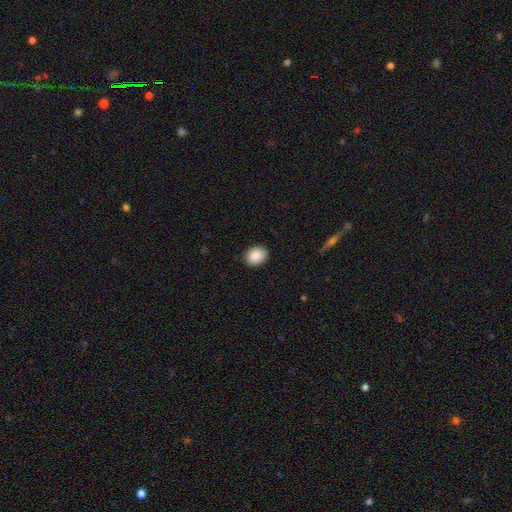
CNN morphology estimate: Overall: smooth (89%). How rounded: in between (56%; round 43%). Merging: none (88%).